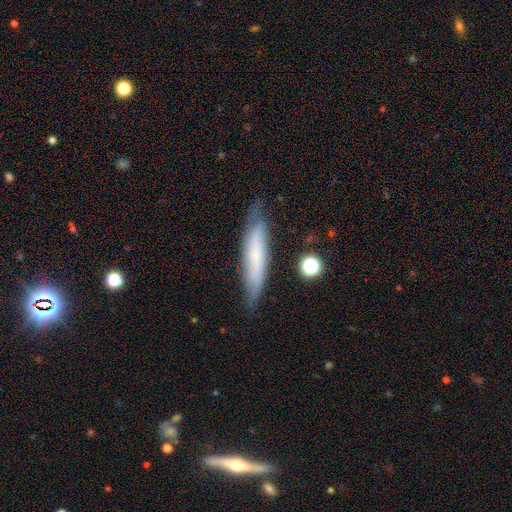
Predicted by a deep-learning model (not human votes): Smooth or featured? smooth (53%)
How rounded? cigar-shaped (83%)
Merging? none (75%)